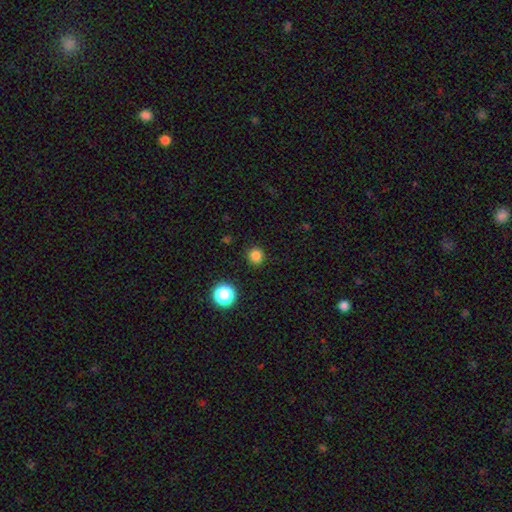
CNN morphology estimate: Q: Smooth or featured?
A: smooth (82%); runner-up: star or artifact (15%)
Q: How rounded?
A: round (92%); runner-up: in between (7%)
Q: Merging?
A: none (90%); runner-up: minor disturbance (6%)